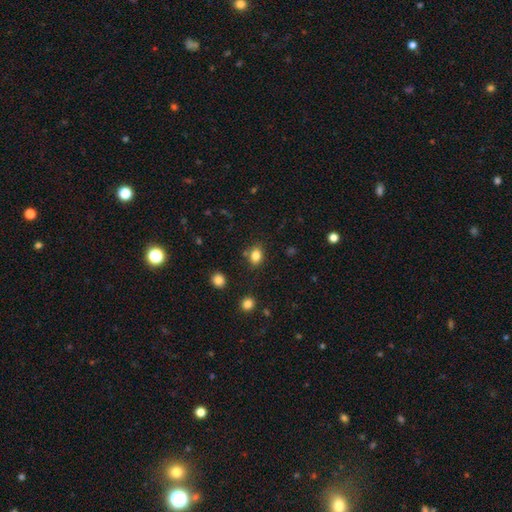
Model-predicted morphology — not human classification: smooth-or-featured: smooth: 83% | star or artifact: 11% | featured or disk: 6%
  how-rounded: in between: 61% | round: 38% | cigar-shaped: 1%
  merging: none: 79% | minor disturbance: 13% | merger: 6% | major disturbance: 3%